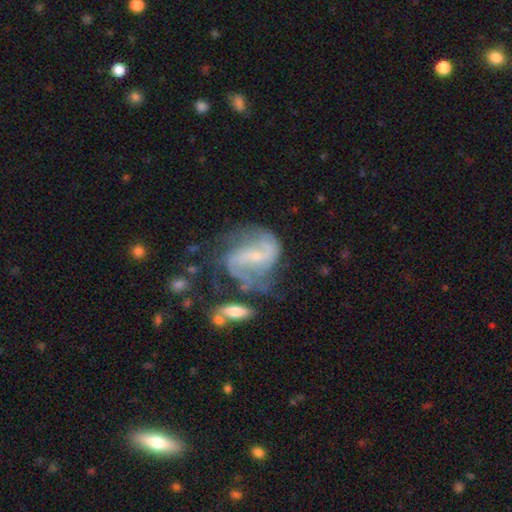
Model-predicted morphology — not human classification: Smooth or featured? featured or disk (84%)
Edge-on disk? no (97%)
Bar? weak (46%)
Spiral arms? yes (93%)
Spiral winding? medium (45%)
Spiral arm count? 2 (79%)
Bulge size? small (65%)
Merging? none (50%)